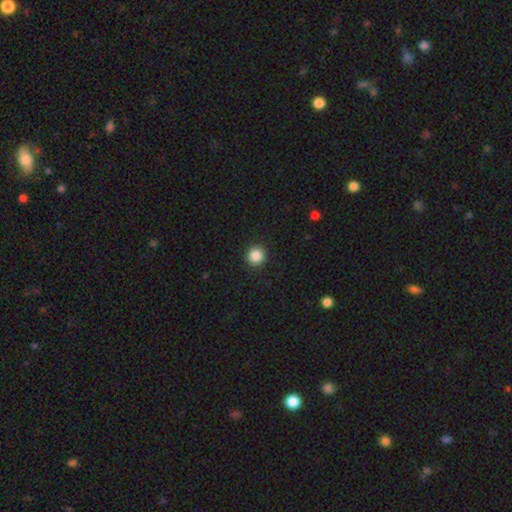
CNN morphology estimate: This appears to be a smooth galaxy with no disk features (87%) that is round (95%). Merging: none (93%).